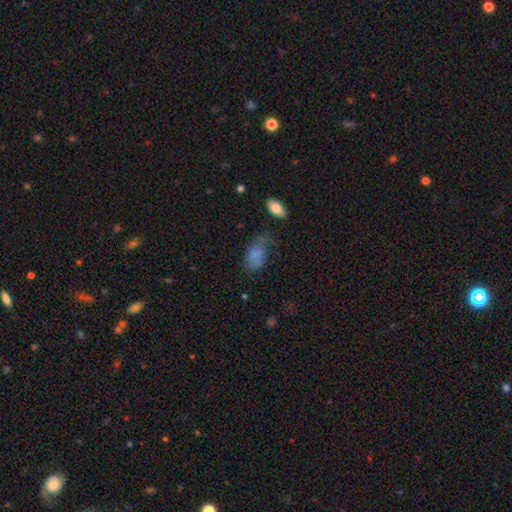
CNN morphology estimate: Smooth or featured? smooth (78%)
How rounded? in between (91%)
Merging? none (41%)